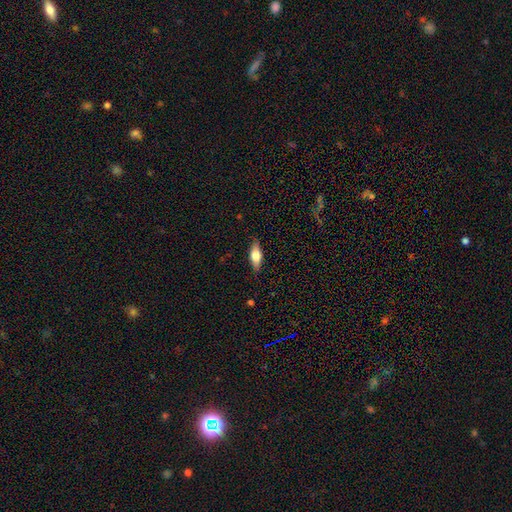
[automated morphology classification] A smooth galaxy with no disk features (59%) that is in between round and cigar-shaped (67%). Merging: none (86%).